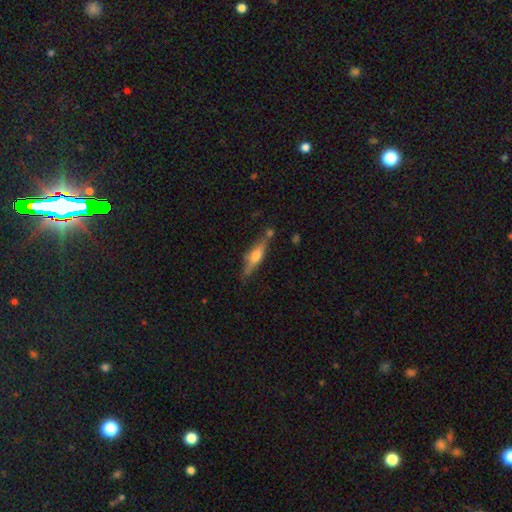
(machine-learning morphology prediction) This appears to be a featured or disk galaxy (58%) viewed edge-on (92%) with a rounded central bulge (90%). Merging: none (72%).